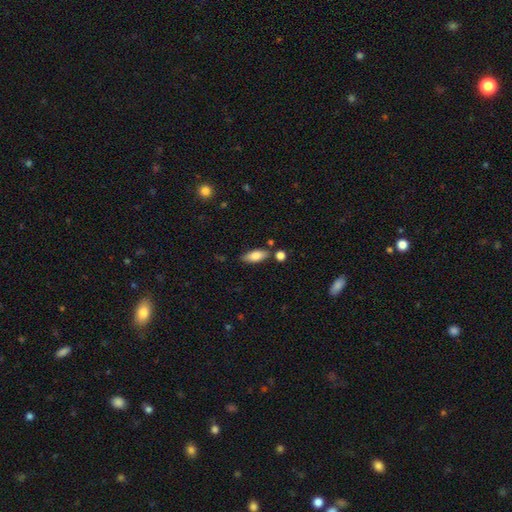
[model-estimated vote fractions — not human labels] Smooth or featured? Predicted: smooth (p=0.79). How rounded? Predicted: in between (p=0.78). Merging? Predicted: none (p=0.77).